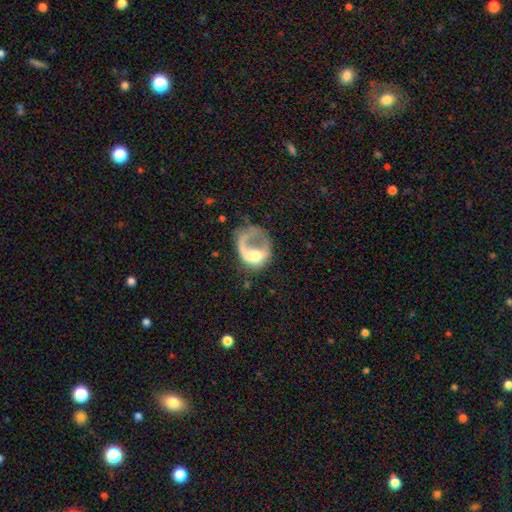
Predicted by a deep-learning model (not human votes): smooth_or_featured: featured or disk (p=0.59) [alt: smooth p=0.32]
disk_edge_on: no (p=0.98) [alt: yes p=0.02]
bar: no (p=0.74) [alt: weak p=0.20]
has_spiral_arms: no (p=0.54) [alt: yes p=0.46]
bulge_size: moderate (p=0.47) [alt: small p=0.29]
merging: major disturbance (p=0.60) [alt: none p=0.18]